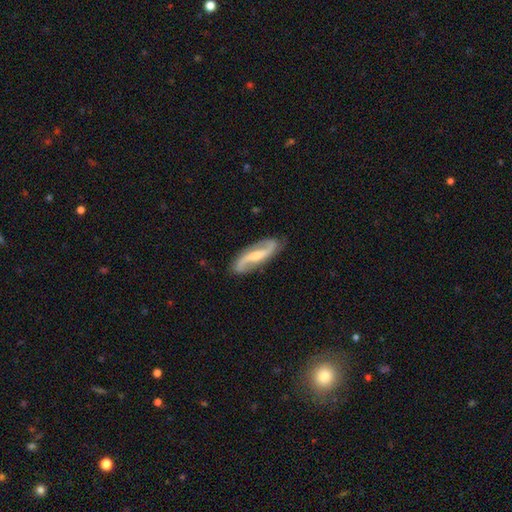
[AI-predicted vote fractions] Smooth or featured?
  - featured or disk: 88% *
  - smooth: 7%
  - star or artifact: 4%
Edge-on disk?
  - no: 92% *
  - yes: 8%
Bar?
  - weak: 38% *
  - strong: 32%
  - no: 30%
Spiral arms?
  - yes: 97% *
  - no: 3%
Spiral winding?
  - loose: 58% *
  - medium: 32%
  - tight: 10%
Spiral arm count?
  - 2: 94% *
  - can't tell: 2%
  - 1: 1%
  - 3: 1%
  - 4: 1%
  - more than 4: 1%
Bulge size?
  - moderate: 46% * (tied)
  - small: 46% * (tied)
  - none: 4%
  - large: 3%
  - dominant: 1%
Merging?
  - none: 86% *
  - minor disturbance: 10%
  - major disturbance: 3%
  - merger: 1%